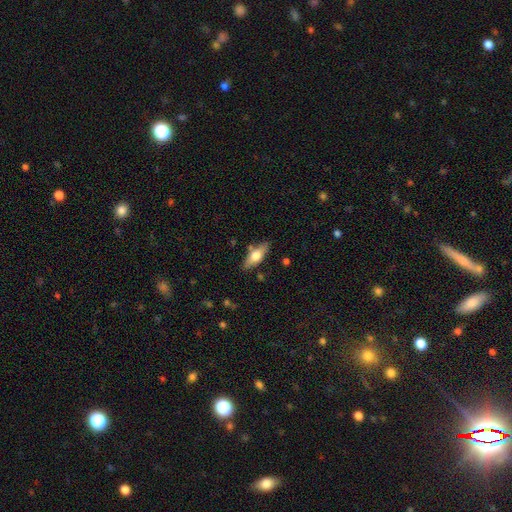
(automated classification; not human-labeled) This appears to be a smooth galaxy with no disk features (57%) that is in between round and cigar-shaped (66%). Merging: none (82%).